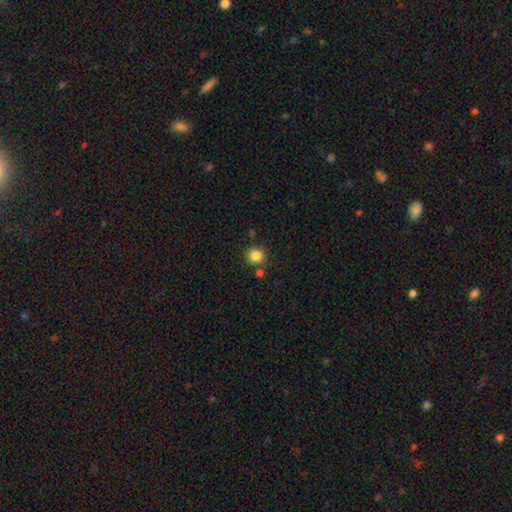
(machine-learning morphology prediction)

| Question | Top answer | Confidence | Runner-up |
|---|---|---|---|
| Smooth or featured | smooth | 85% | star or artifact (11%) |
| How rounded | round | 92% | in between (7%) |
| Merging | none | 81% | minor disturbance (9%) |